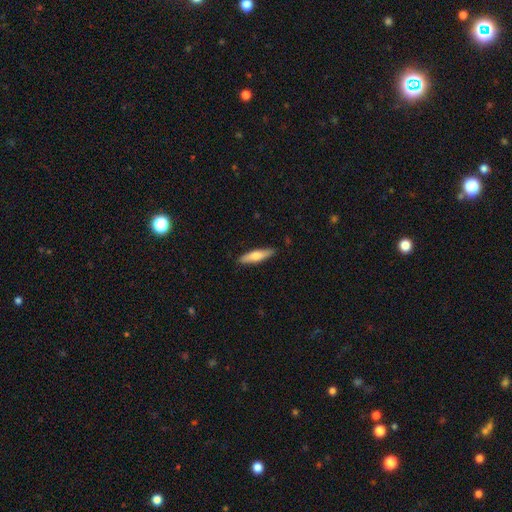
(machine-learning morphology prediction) Overall: smooth (64%; featured or disk 31%). How rounded: cigar-shaped (76%). Merging: none (88%).